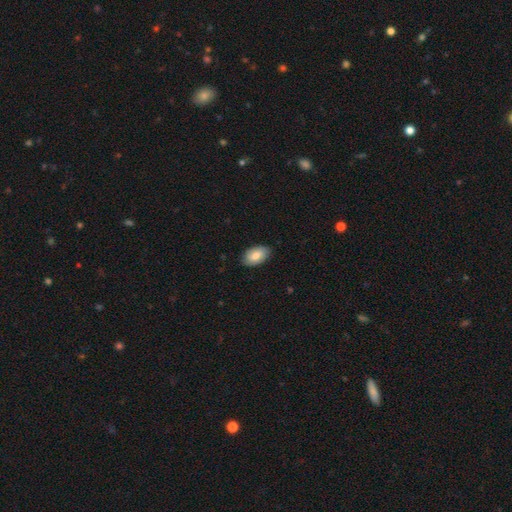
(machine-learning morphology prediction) smooth 73%, featured or disk 21%, star or artifact 6%. Down the decision tree: how rounded — in between (93%); merging — none (84%).